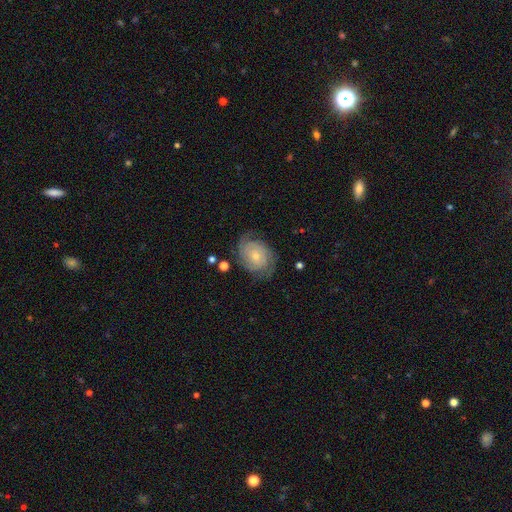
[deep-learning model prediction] smooth_or_featured: featured or disk (p=0.77) [alt: smooth p=0.17]
disk_edge_on: no (p=0.97) [alt: yes p=0.03]
bar: no (p=0.74) [alt: weak p=0.22]
has_spiral_arms: yes (p=0.94) [alt: no p=0.06]
spiral_winding: tight (p=0.60) [alt: medium p=0.30]
spiral_arm_count: 2 (p=0.45) [alt: can't tell p=0.25]
bulge_size: small (p=0.63) [alt: moderate p=0.32]
merging: none (p=0.71) [alt: minor disturbance p=0.18]